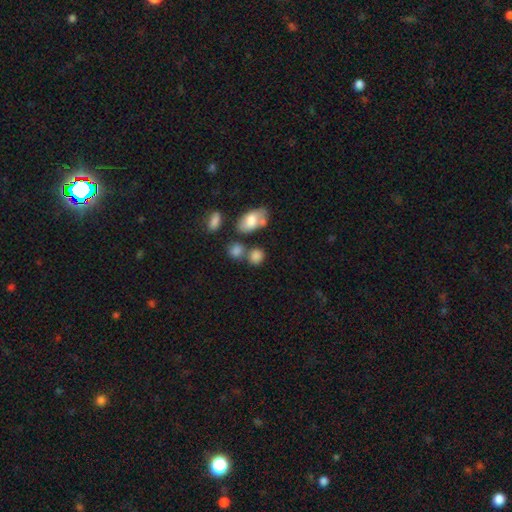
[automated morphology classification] This appears to be a smooth galaxy with no disk features (83%) that is round (62%). Merging: none (54%).